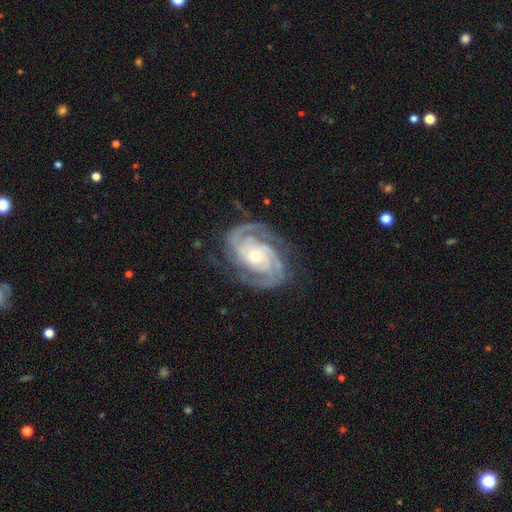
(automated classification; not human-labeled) Morphology: type=featured or disk (93%); edge-on=no (97%); bar=no (68%); spiral arms=yes (99%); winding=tight (65%); arm count=2 (66%); bulge=small (50%); merging=none (78%).